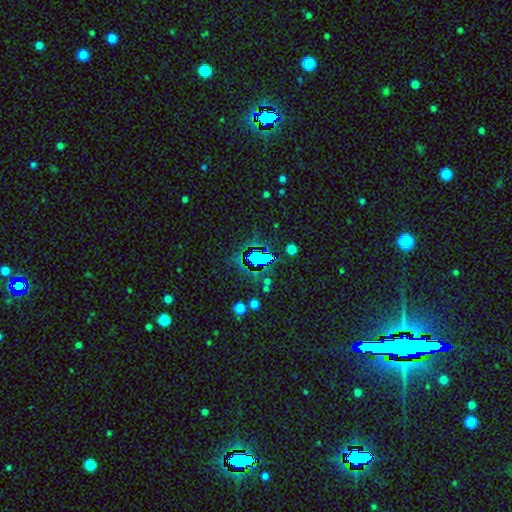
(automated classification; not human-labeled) Smooth or featured: star or artifact — 65% (smooth — 23%)